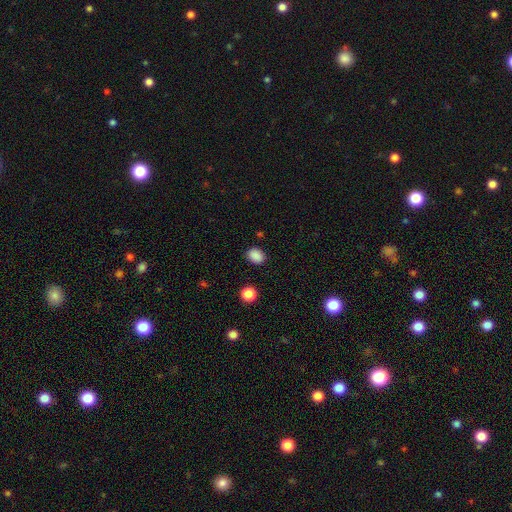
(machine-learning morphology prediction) This is clearly a smooth galaxy (87%). How rounded: possibly in between (57%). Merging: clearly none (86%).